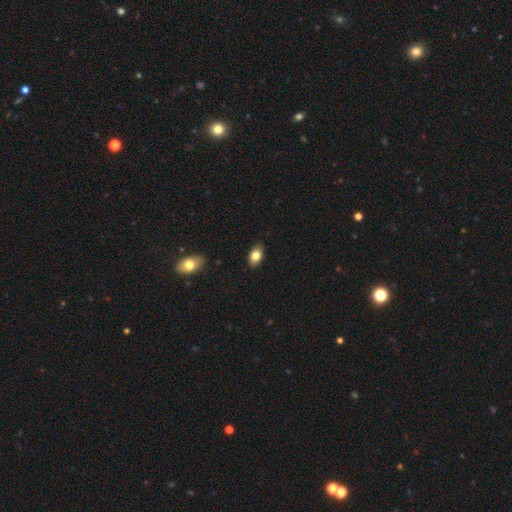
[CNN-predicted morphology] This appears to be a smooth galaxy with no disk features (80%) that is in between round and cigar-shaped (88%). Merging: none (86%).